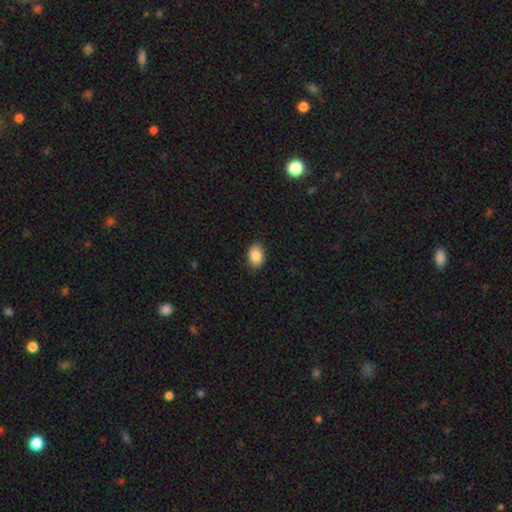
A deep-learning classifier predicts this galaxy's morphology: Smooth or featured? smooth (88%)
How rounded? in between (78%)
Merging? none (88%)